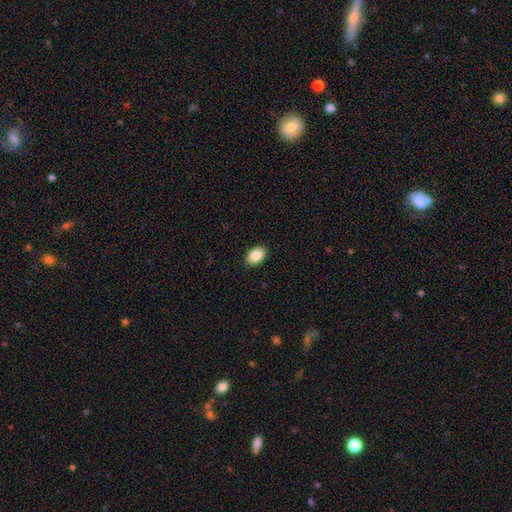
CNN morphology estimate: smooth-or-featured: smooth: 86% | star or artifact: 8% | featured or disk: 6%
  how-rounded: in between: 88% | round: 11% | cigar-shaped: 1%
  merging: none: 90% | minor disturbance: 7% | major disturbance: 2% | merger: 1%